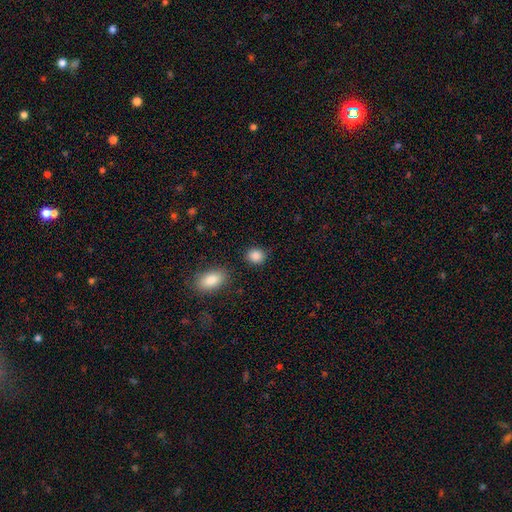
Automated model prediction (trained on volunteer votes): Smooth or featured: smooth — 88% (star or artifact — 9%)
How rounded: round — 69% (in between — 30%)
Merging: none — 85% (minor disturbance — 9%)